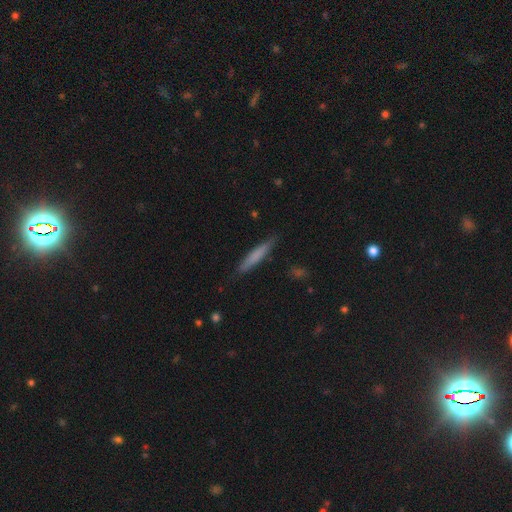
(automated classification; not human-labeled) A smooth galaxy with no disk features (71%) that is cigar-shaped (93%). Merging: none (87%).